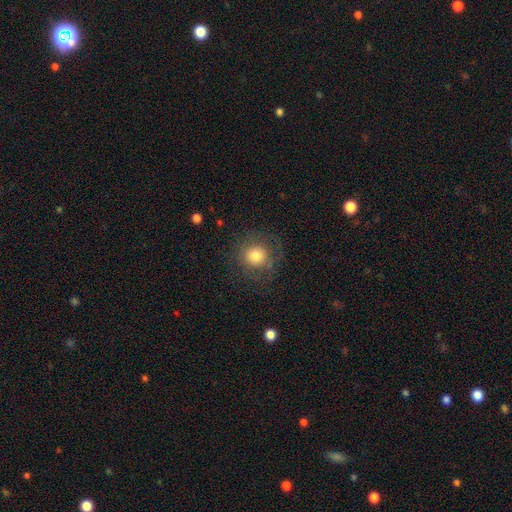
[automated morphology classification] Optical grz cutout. It shows a smooth galaxy with no disk features (71%) that is round (92%). Merging: none (75%).